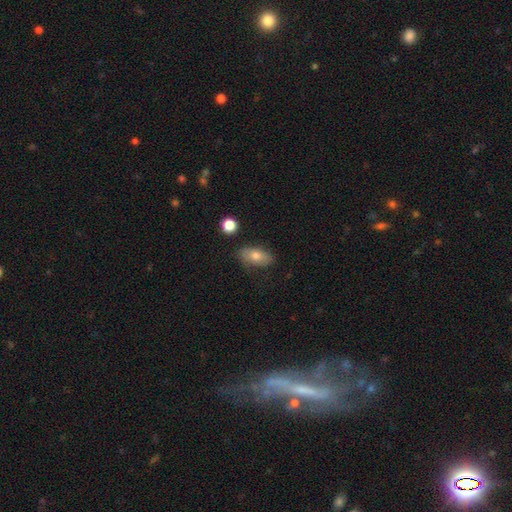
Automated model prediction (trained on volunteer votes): smooth-or-featured: smooth: 72% | featured or disk: 20% | star or artifact: 8%
  how-rounded: in between: 87% | round: 7% | cigar-shaped: 6%
  merging: none: 78% | minor disturbance: 16% | major disturbance: 4% | merger: 2%